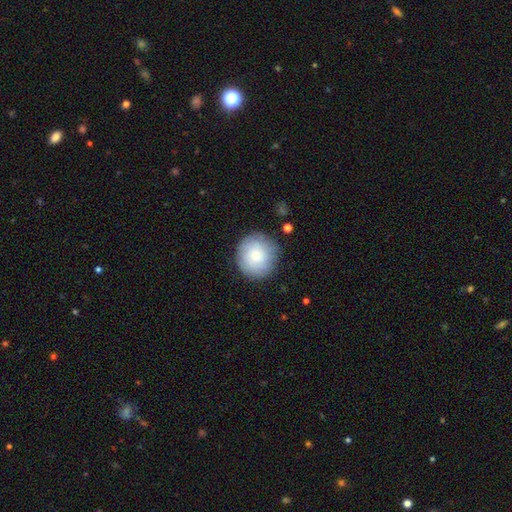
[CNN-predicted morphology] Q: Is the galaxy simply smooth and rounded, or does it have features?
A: smooth — 69%.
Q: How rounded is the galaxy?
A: round — 92%.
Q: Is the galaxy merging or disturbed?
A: none — 84%.